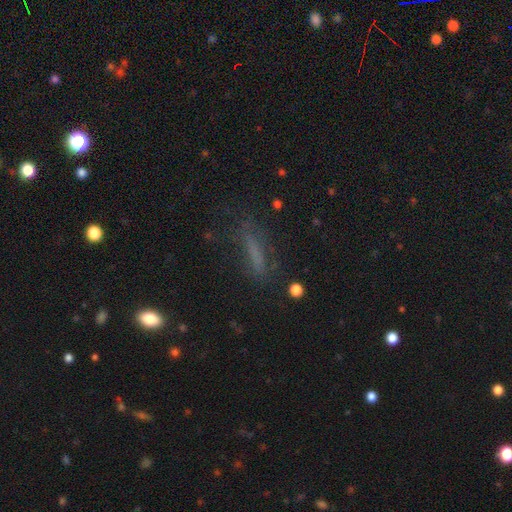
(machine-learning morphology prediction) Smooth or featured? Predicted: smooth (p=0.57). How rounded? Predicted: cigar-shaped (p=0.80). Merging? Predicted: none (p=0.65).